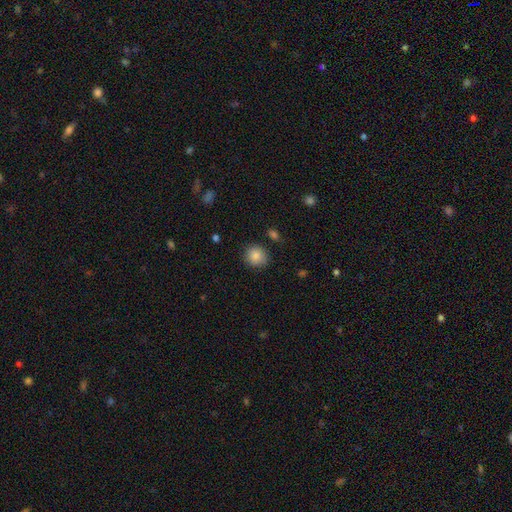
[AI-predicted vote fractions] Smooth or featured?
  - smooth: 86% *
  - star or artifact: 9%
  - featured or disk: 6%
How rounded?
  - round: 87% *
  - in between: 12%
  - cigar-shaped: 1%
Merging?
  - none: 86% *
  - minor disturbance: 10%
  - major disturbance: 3%
  - merger: 2%